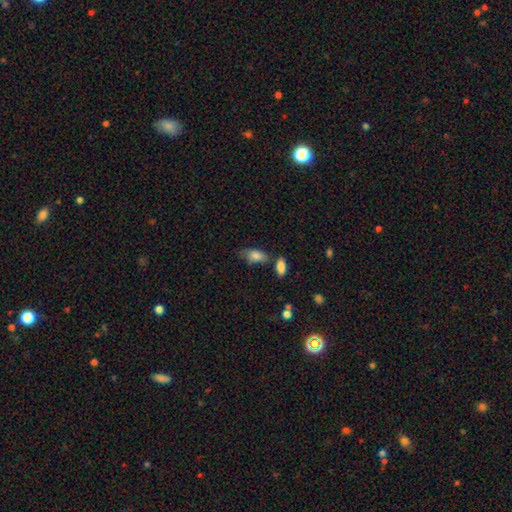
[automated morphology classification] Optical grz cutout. It shows a smooth galaxy with no disk features (83%) that is in between round and cigar-shaped (89%). Merging: none (54%).